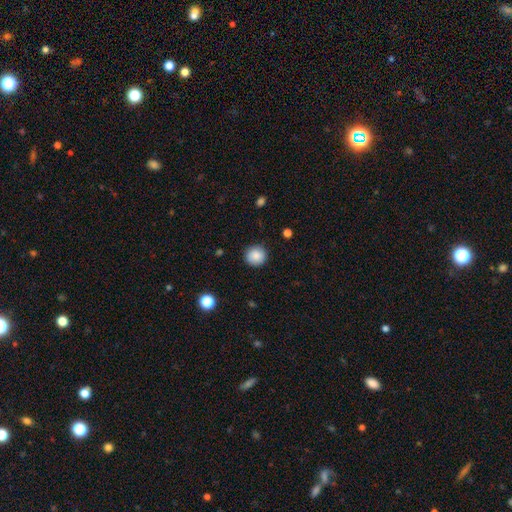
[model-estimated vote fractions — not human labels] Q: Smooth or featured?
A: smooth (87%); runner-up: star or artifact (8%)
Q: How rounded?
A: round (93%); runner-up: in between (6%)
Q: Merging?
A: none (89%); runner-up: minor disturbance (8%)